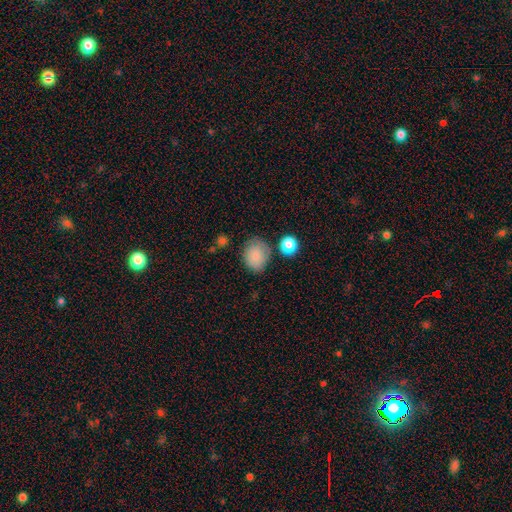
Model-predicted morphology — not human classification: This appears to be a smooth galaxy with no disk features (85%) that is in between round and cigar-shaped (52%). Merging: none (71%).